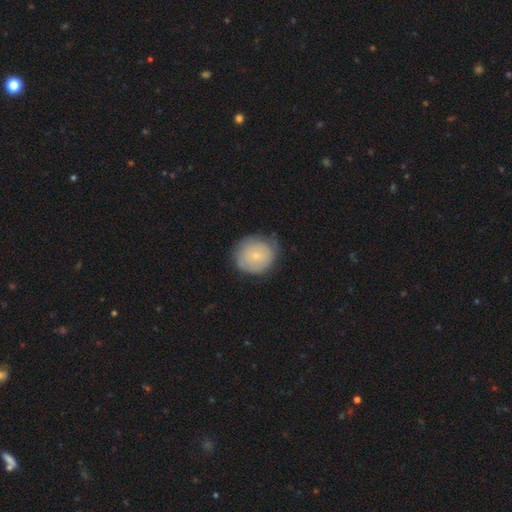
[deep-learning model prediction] Overall: smooth (66%; featured or disk 27%). How rounded: round (83%). Merging: none (66%; minor disturbance 26%).